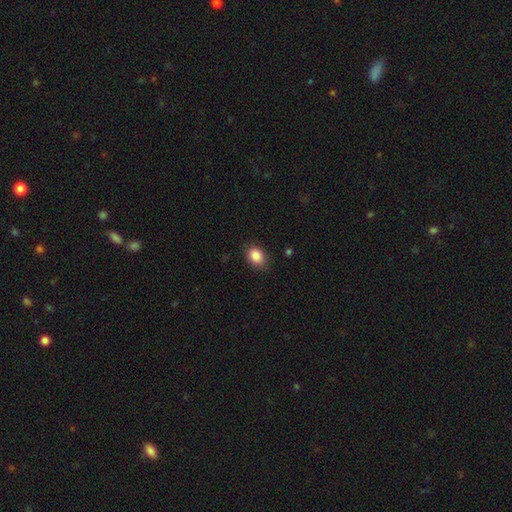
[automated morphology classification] Overall: smooth (87%). How rounded: in between (69%; round 30%). Merging: none (83%).